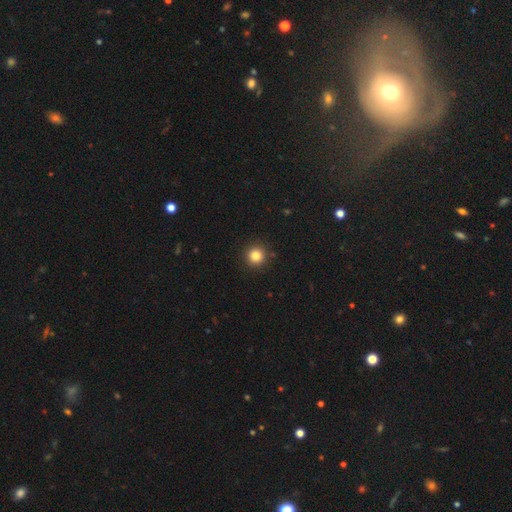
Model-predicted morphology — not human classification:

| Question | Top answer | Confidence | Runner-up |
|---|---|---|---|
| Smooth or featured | smooth | 84% | star or artifact (12%) |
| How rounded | round | 95% | in between (4%) |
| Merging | none | 92% | minor disturbance (5%) |